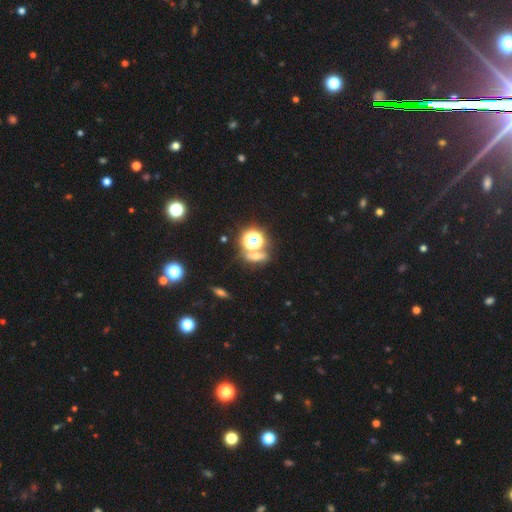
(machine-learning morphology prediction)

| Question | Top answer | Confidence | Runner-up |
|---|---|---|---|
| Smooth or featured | star or artifact | 43% | smooth (41%) |